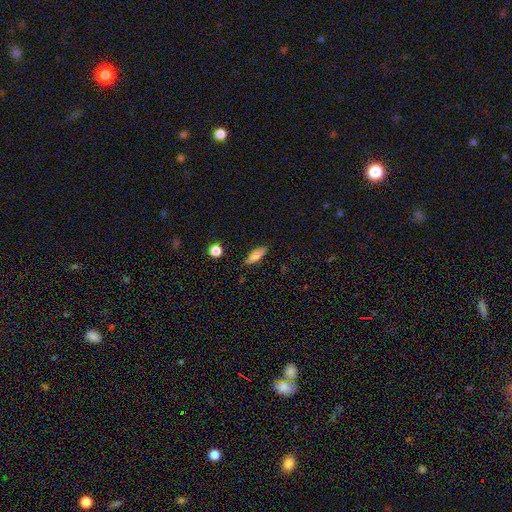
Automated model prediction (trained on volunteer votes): Smooth or featured? smooth (73%)
How rounded? in between (51%)
Merging? none (84%)